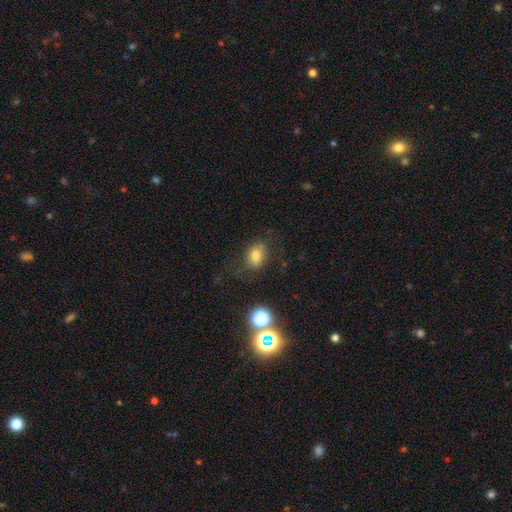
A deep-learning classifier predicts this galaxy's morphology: This appears to be a smooth galaxy with no disk features (74%) that is in between round and cigar-shaped (64%). Merging: none (71%).